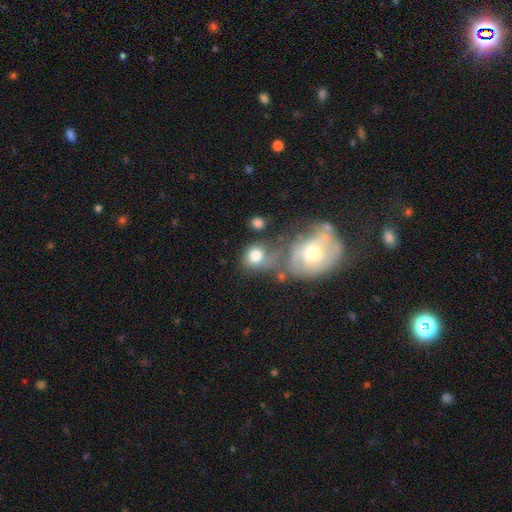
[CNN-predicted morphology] Smooth or featured? Predicted: smooth (p=0.72). How rounded? Predicted: round (p=0.62). Merging? Predicted: merger (p=0.40).